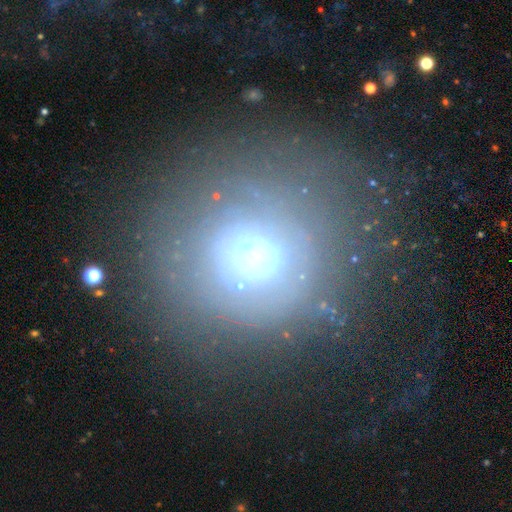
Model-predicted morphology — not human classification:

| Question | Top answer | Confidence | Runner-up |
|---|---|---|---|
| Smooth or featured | smooth | 39% | featured or disk (38%) |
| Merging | none | 63% | major disturbance (17%) |